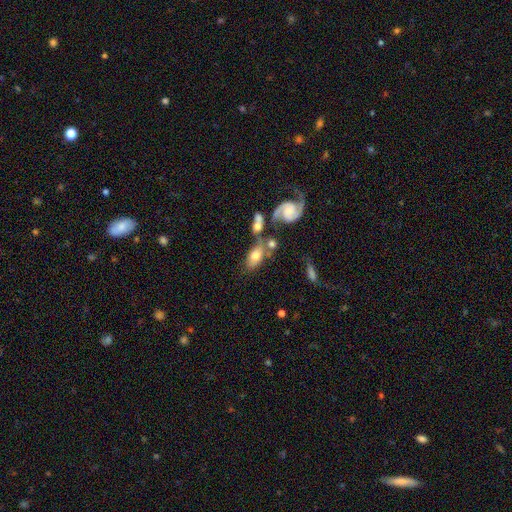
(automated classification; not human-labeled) Smooth or featured? smooth (58%)
How rounded? in between (85%)
Merging? none (43%)